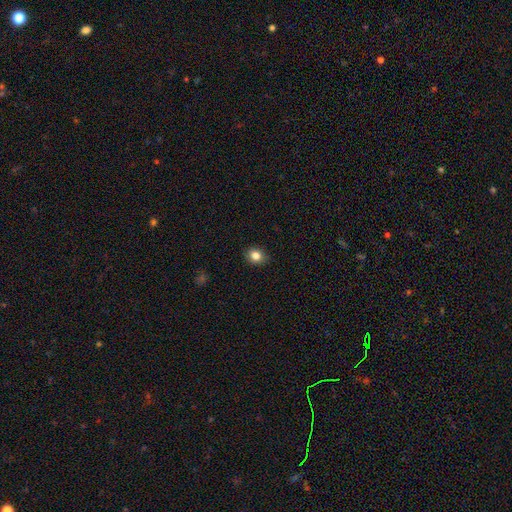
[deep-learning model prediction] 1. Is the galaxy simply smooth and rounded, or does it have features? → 83% smooth, 11% star or artifact, 6% featured or disk.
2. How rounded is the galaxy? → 64% round, 35% in between, 1% cigar-shaped.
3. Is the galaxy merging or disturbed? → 88% none, 9% minor disturbance, 2% major disturbance, 1% merger.